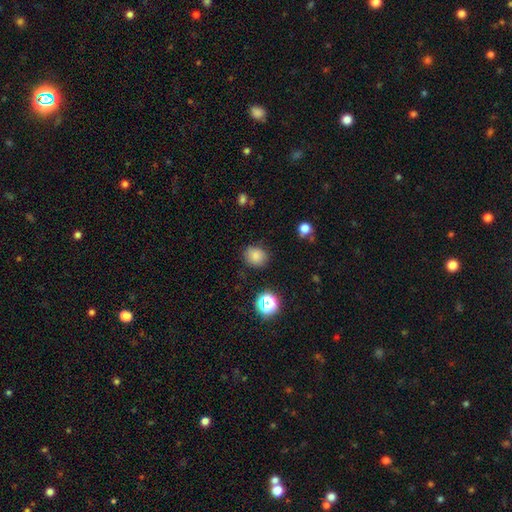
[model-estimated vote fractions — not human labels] A smooth galaxy with no disk features (80%) that is round (67%). Merging: none (80%).